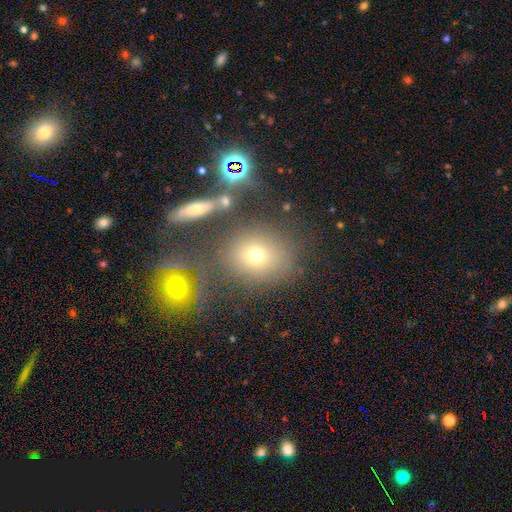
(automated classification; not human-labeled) Morphology: type=smooth (64%); roundness=round (65%); merging=none (70%).